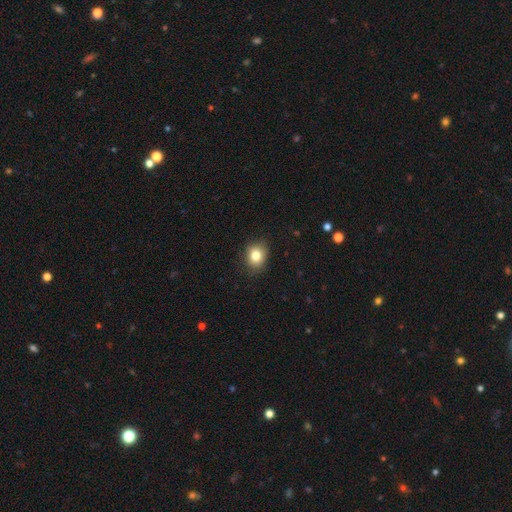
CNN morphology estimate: This appears to be a smooth galaxy with no disk features (82%) that is round (56%). Merging: none (84%).